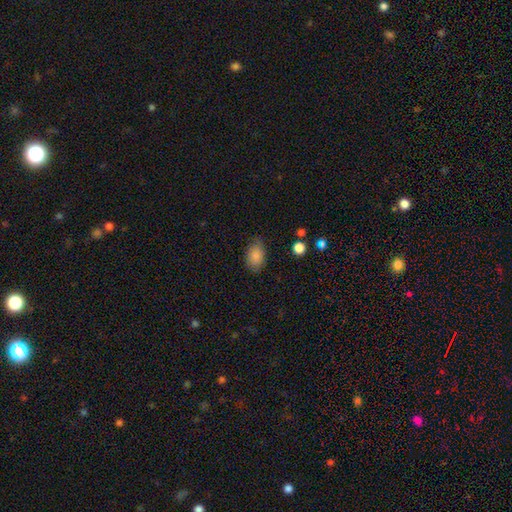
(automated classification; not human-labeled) smooth_or_featured: smooth (p=0.87) [alt: star or artifact p=0.08]
how_rounded: in between (p=0.86) [alt: round p=0.12]
merging: none (p=0.76) [alt: minor disturbance p=0.19]